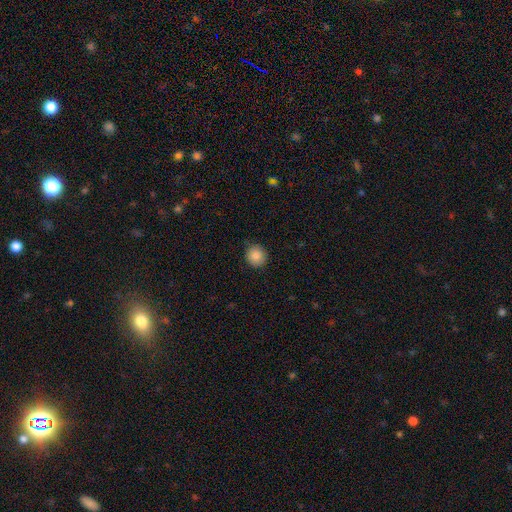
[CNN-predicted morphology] This appears to be a smooth galaxy with no disk features (86%) that is round (88%). Merging: none (86%).